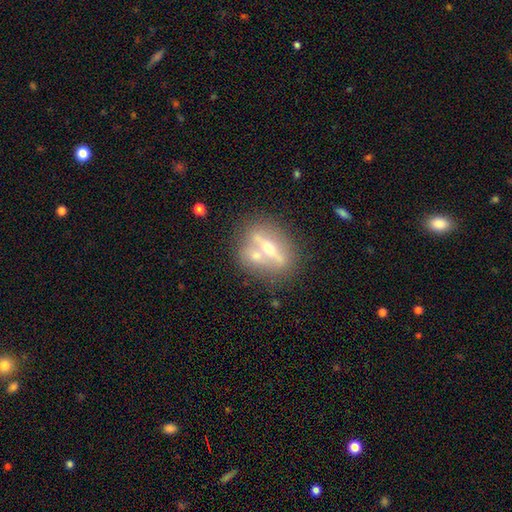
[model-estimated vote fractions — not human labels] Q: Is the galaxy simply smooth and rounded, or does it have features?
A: featured or disk — 65%.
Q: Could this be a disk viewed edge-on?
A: yes — 62%.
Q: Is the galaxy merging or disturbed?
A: none — 61%.